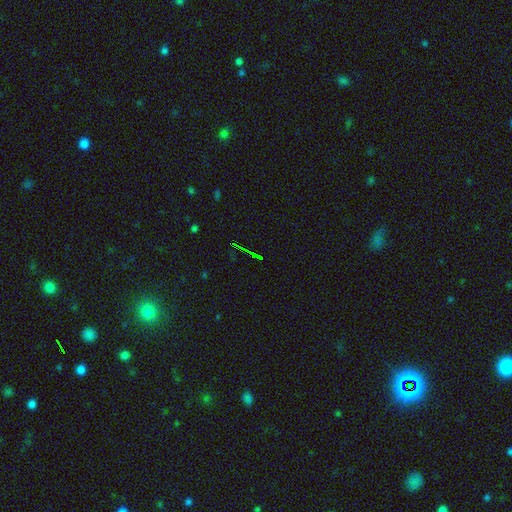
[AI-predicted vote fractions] smooth-or-featured: star or artifact: 75% | featured or disk: 14% | smooth: 11%